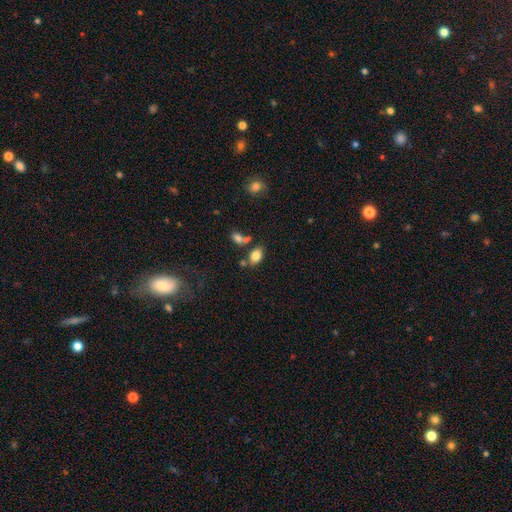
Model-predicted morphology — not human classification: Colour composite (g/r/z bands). It shows a smooth galaxy with no disk features (82%) that is in between round and cigar-shaped (85%). Merging: none (66%).